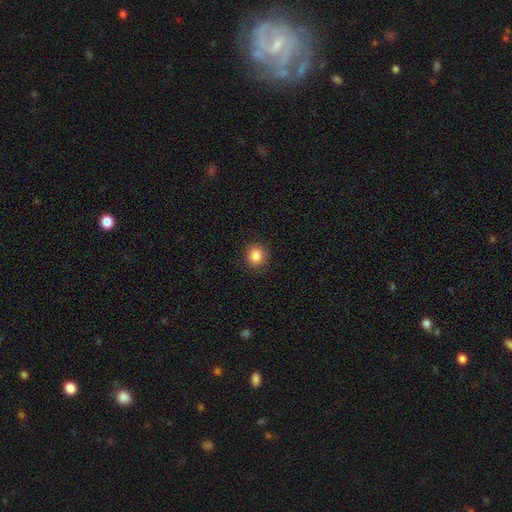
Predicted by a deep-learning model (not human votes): This is clearly a smooth galaxy (85%). How rounded: clearly round (85%). Merging: clearly none (89%).